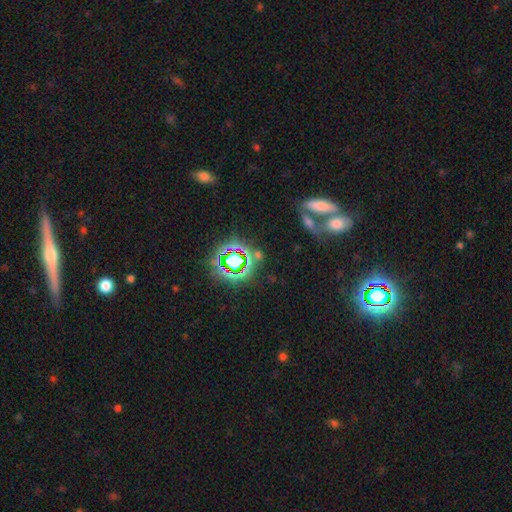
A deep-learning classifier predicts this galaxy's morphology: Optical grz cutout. It shows a star or artifact, not a galaxy (63%).